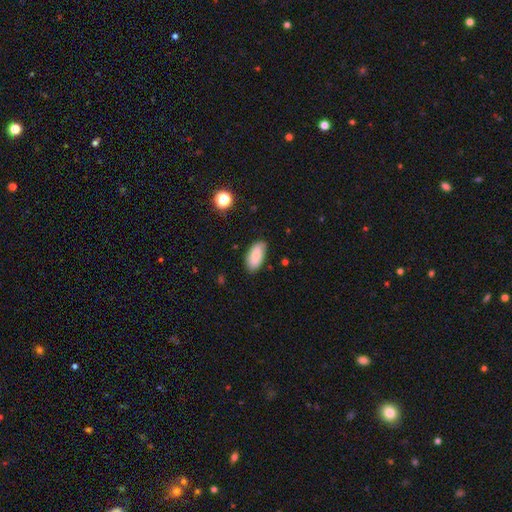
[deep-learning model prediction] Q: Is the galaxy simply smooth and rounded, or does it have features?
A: smooth — 82%.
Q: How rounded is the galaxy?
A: in between — 93%.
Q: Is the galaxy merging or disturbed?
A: none — 80%.